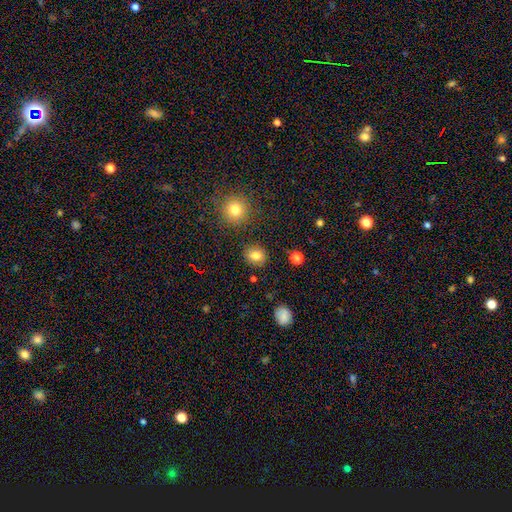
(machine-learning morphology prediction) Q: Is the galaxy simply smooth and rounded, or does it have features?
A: smooth — 80%.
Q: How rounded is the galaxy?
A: round — 81%.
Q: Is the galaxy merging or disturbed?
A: none — 87%.